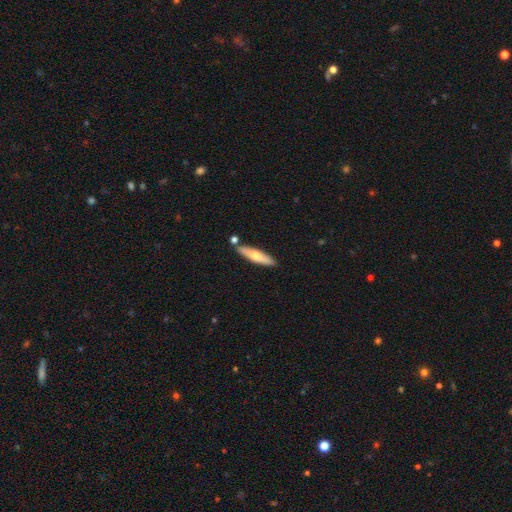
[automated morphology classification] smooth-or-featured: smooth: 58% | featured or disk: 36% | star or artifact: 5%
  how-rounded: cigar-shaped: 76% | in between: 23% | round: 2%
  merging: none: 80% | minor disturbance: 11% | merger: 7% | major disturbance: 2%